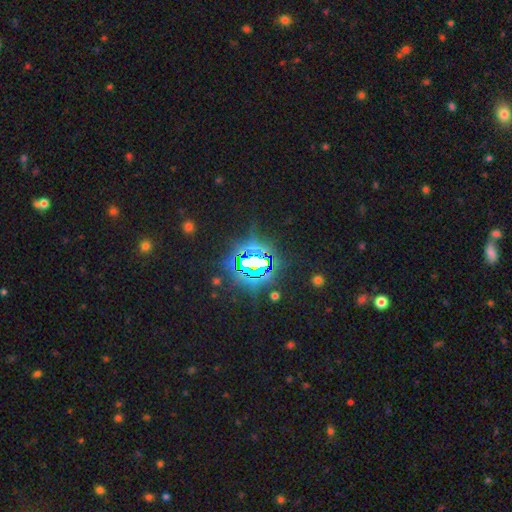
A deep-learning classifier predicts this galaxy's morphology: The model was most divided on "smooth or featured": star or artifact: 80%, smooth: 11%, featured or disk: 10%.